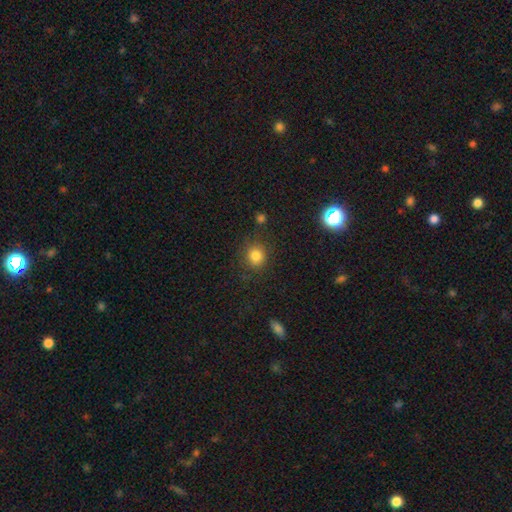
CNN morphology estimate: This appears to be a smooth galaxy with no disk features (82%) that is round (85%). Merging: none (82%).